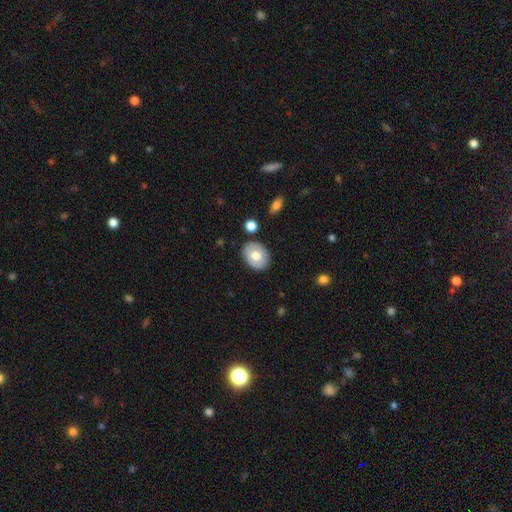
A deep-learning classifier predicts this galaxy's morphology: smooth 66%, featured or disk 27%, star or artifact 7%. Down the decision tree: how rounded — in between (67%); merging — none (84%).